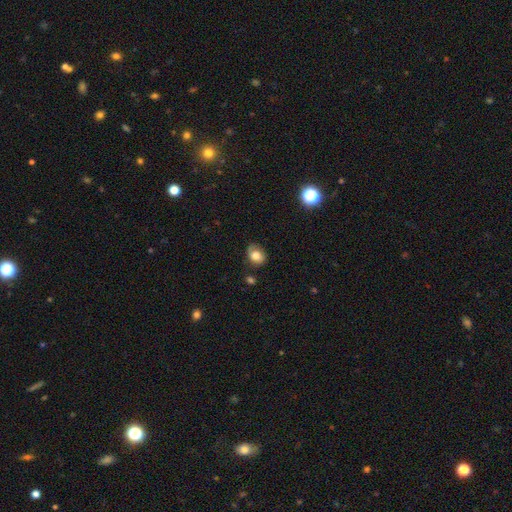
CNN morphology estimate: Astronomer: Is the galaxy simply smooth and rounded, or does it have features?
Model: smooth — 76%.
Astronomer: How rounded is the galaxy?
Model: in between — 50% (runner-up: round, 49%).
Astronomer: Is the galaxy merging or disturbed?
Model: none — 62%.